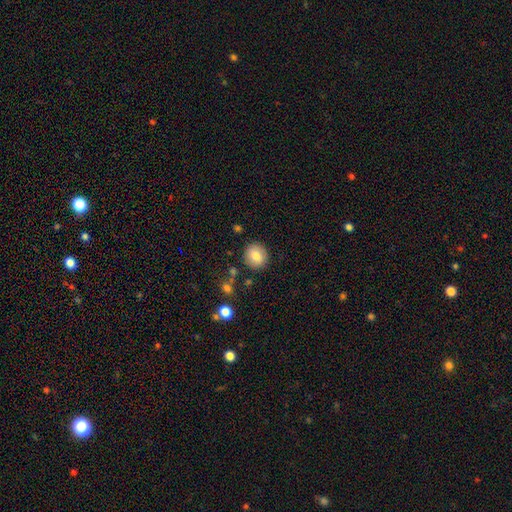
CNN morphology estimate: Overall: smooth (80%). How rounded: round (84%). Merging: none (88%).